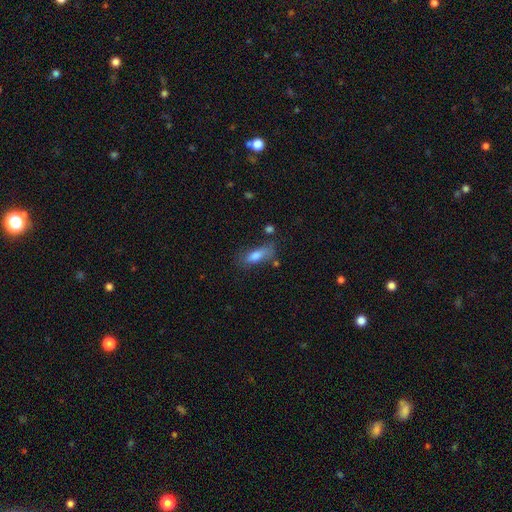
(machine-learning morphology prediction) Q: Smooth or featured?
A: smooth (74%); runner-up: featured or disk (17%)
Q: How rounded?
A: in between (61%); runner-up: cigar-shaped (36%)
Q: Merging?
A: none (57%); runner-up: minor disturbance (25%)